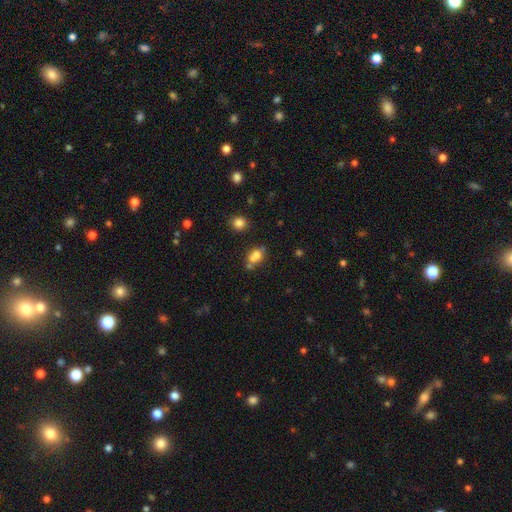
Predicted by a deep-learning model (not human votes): This appears to be a smooth galaxy with no disk features (68%) that is in between round and cigar-shaped (54%). Merging: merger (42%).